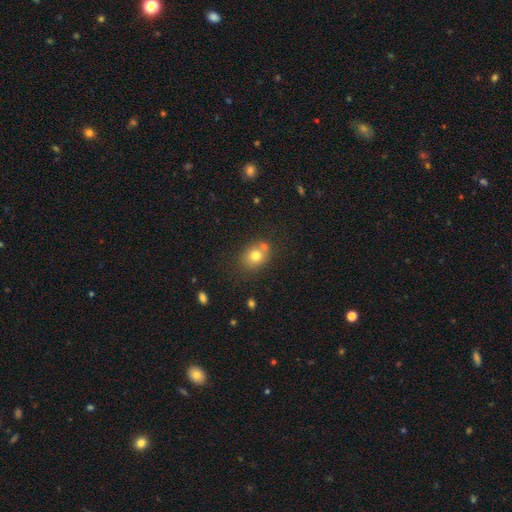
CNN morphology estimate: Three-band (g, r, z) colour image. It shows a smooth galaxy with no disk features (74%) that is round (62%). Merging: none (59%).